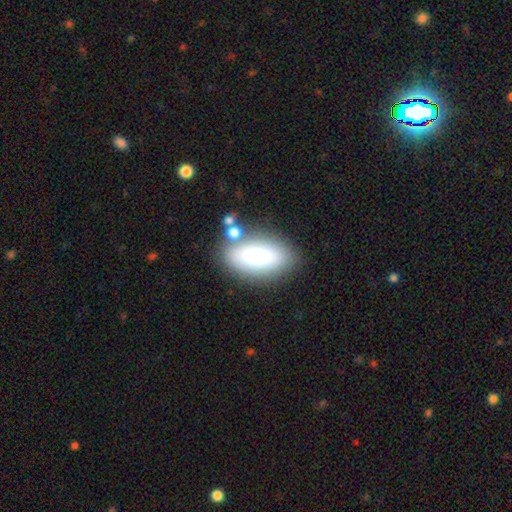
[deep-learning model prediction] smooth 77%, featured or disk 14%, star or artifact 8%. Down the decision tree: how rounded — in between (86%); merging — none (70%).